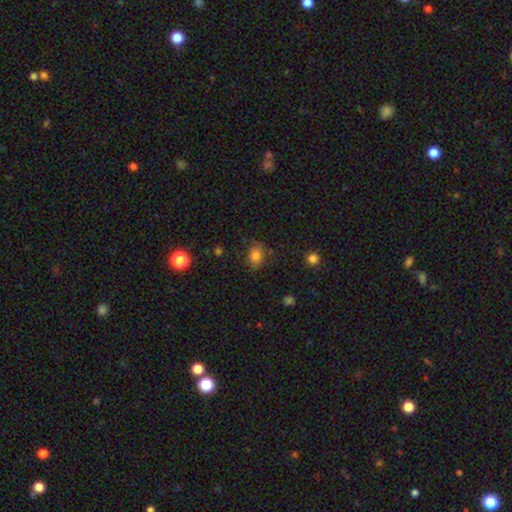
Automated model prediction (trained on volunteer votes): Smooth or featured? Predicted: smooth (p=0.77). How rounded? Predicted: in between (p=0.71). Merging? Predicted: none (p=0.73).